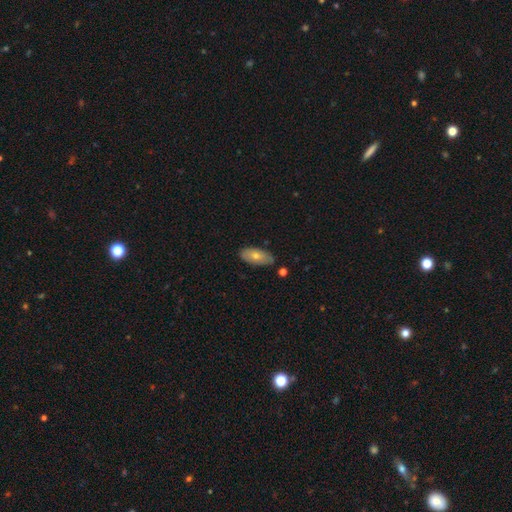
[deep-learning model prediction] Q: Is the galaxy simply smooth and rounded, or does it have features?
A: smooth — 63%.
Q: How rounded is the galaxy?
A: in between — 87%.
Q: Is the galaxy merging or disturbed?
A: none — 82%.